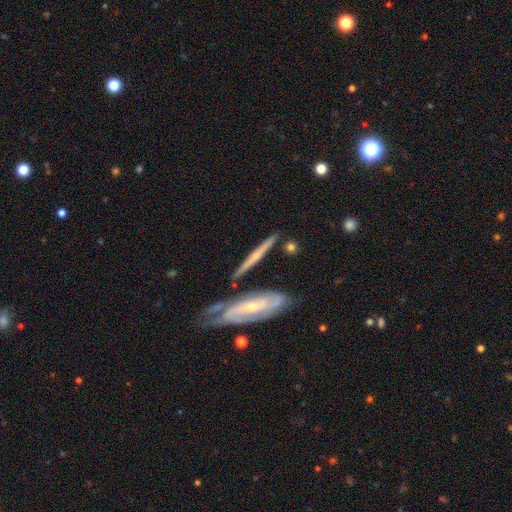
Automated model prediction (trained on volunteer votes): The model was most divided on "edge-on bulge": rounded: 56%, none: 38%, boxy: 6%. More confident: edge-on disk — yes (81%); merging — none (72%); smooth or featured — featured or disk (65%).